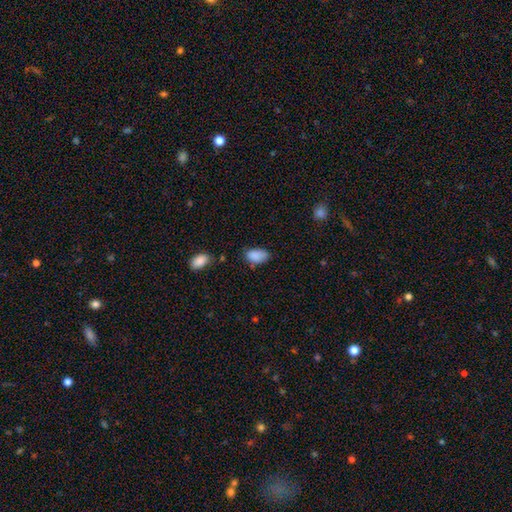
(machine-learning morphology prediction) This is clearly a smooth galaxy (87%). How rounded: clearly in between (92%). Merging: likely none (60%).